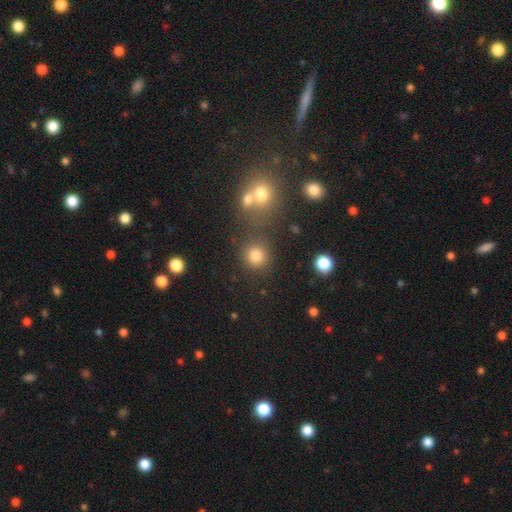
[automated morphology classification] Smooth or featured?
  - smooth: 78% *
  - star or artifact: 16%
  - featured or disk: 6%
How rounded?
  - round: 90% *
  - in between: 9%
  - cigar-shaped: 1%
Merging?
  - none: 77% *
  - merger: 10%
  - minor disturbance: 8%
  - major disturbance: 4%